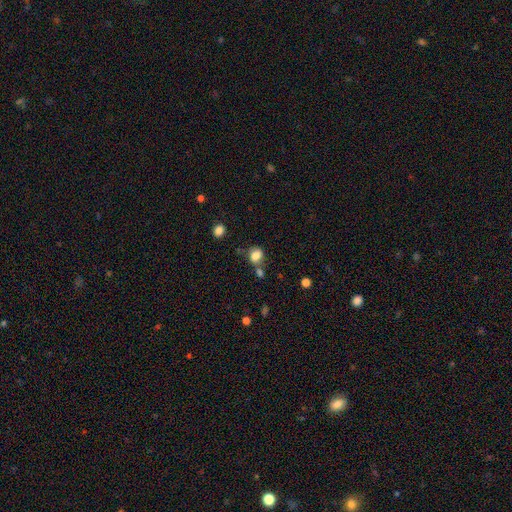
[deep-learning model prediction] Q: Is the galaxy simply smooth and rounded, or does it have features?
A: smooth — 82%.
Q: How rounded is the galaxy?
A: round — 52%.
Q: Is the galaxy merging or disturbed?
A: none — 56%.